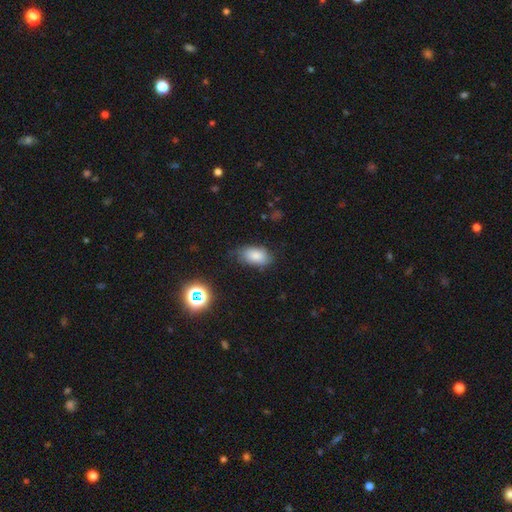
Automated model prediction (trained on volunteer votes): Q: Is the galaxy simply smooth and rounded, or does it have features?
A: smooth — 81%.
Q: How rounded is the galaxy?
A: in between — 92%.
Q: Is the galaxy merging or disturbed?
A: none — 66%.